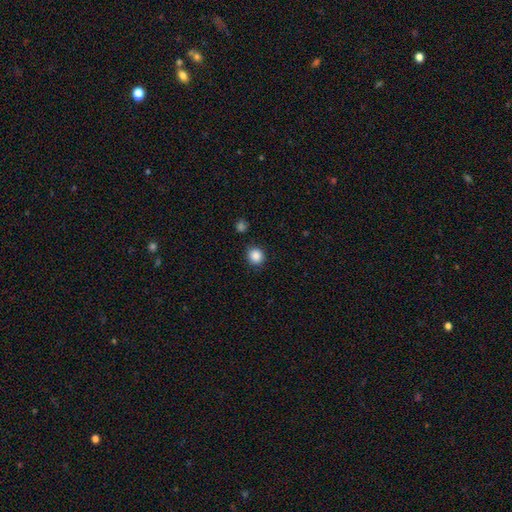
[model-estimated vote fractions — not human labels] Overall: smooth (87%). How rounded: round (89%). Merging: none (88%).